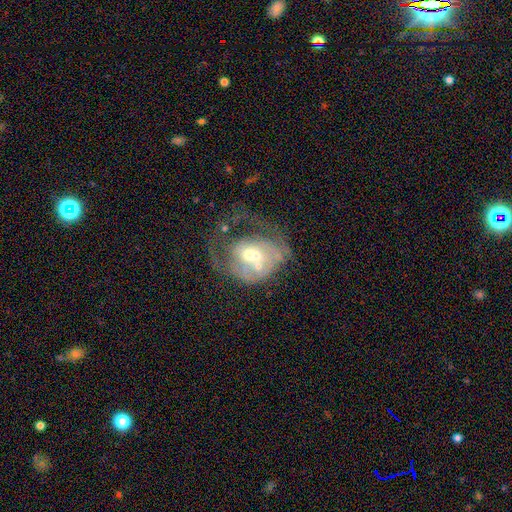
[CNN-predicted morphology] Smooth or featured?
  - featured or disk: 67% *
  - smooth: 25%
  - star or artifact: 8%
Edge-on disk?
  - no: 97% *
  - yes: 3%
Bar?
  - no: 72% *
  - weak: 23%
  - strong: 6%
Spiral arms?
  - yes: 52% *
  - no: 48%
Bulge size?
  - moderate: 56% *
  - small: 31%
  - large: 8%
  - none: 3%
  - dominant: 2%
Merging?
  - merger: 46% *
  - major disturbance: 27%
  - none: 17%
  - minor disturbance: 10%